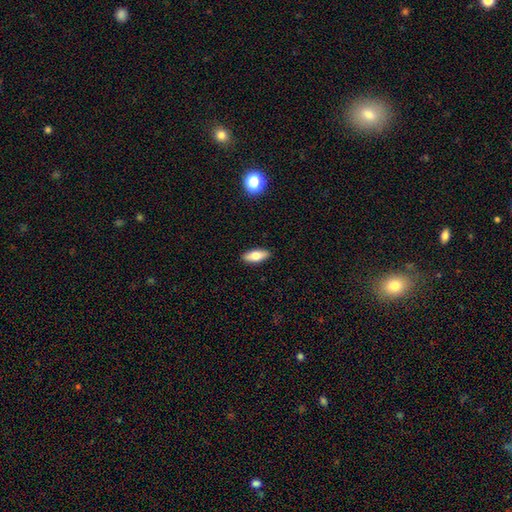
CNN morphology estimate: smooth_or_featured: smooth (p=0.73) [alt: featured or disk p=0.20]
how_rounded: in between (p=0.77) [alt: cigar-shaped p=0.20]
merging: none (p=0.90) [alt: minor disturbance p=0.07]